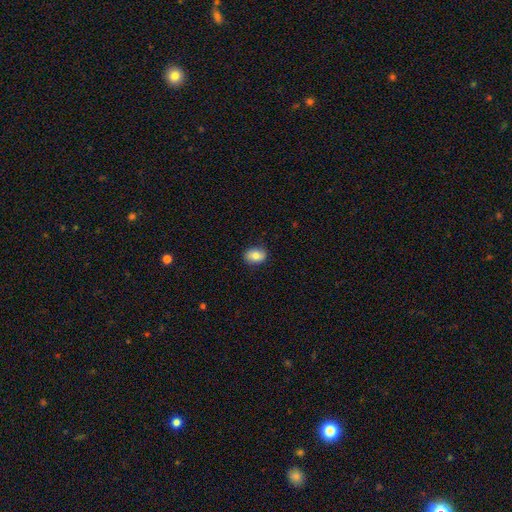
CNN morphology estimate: smooth_or_featured: smooth (p=0.79) [alt: featured or disk p=0.13]
how_rounded: in between (p=0.70) [alt: round p=0.29]
merging: none (p=0.86) [alt: minor disturbance p=0.11]